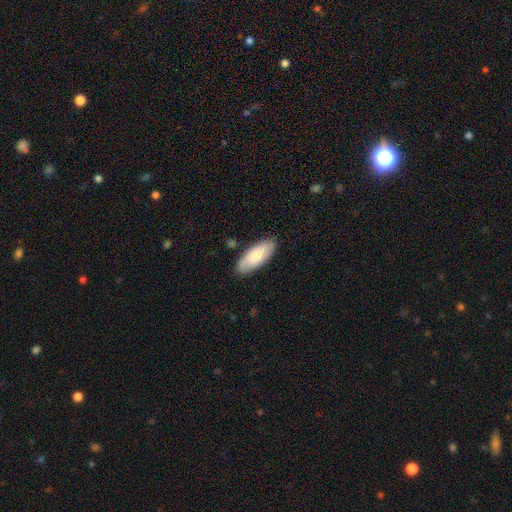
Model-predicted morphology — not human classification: This is likely a smooth galaxy (77%). How rounded: clearly in between (81%). Merging: clearly none (85%).